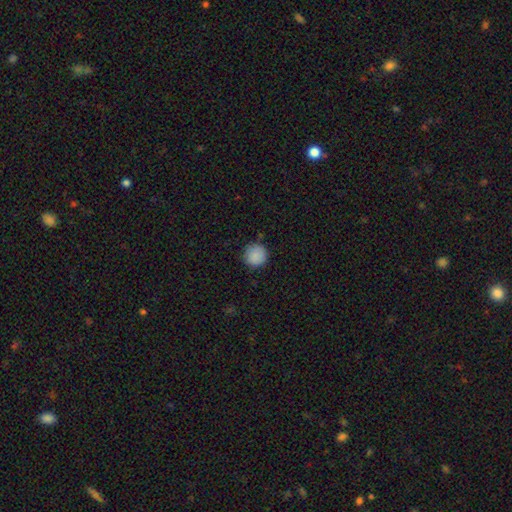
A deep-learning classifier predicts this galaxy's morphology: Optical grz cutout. It shows a smooth galaxy with no disk features (88%) that is round (95%). Merging: none (85%).